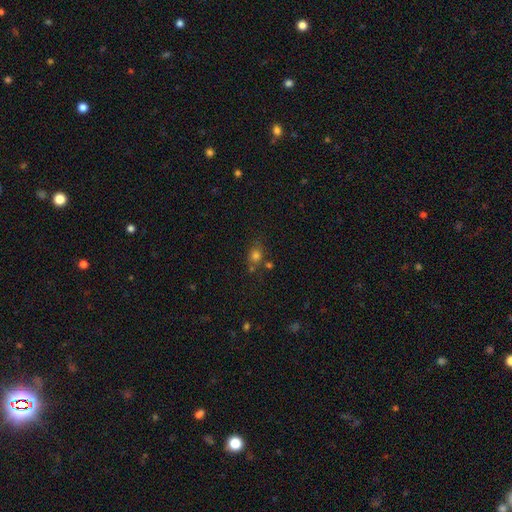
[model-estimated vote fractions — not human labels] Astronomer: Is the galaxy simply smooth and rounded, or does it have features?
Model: smooth — 71%.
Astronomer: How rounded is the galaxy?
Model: round — 68%.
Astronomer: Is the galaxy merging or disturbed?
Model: none — 64%.